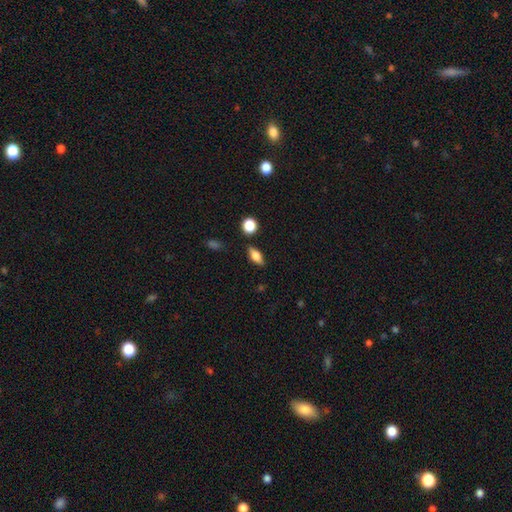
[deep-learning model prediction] Smooth or featured?
  - smooth: 78% *
  - featured or disk: 13%
  - star or artifact: 8%
How rounded?
  - in between: 80% *
  - cigar-shaped: 13%
  - round: 7%
Merging?
  - none: 83% *
  - minor disturbance: 11%
  - merger: 3%
  - major disturbance: 3%